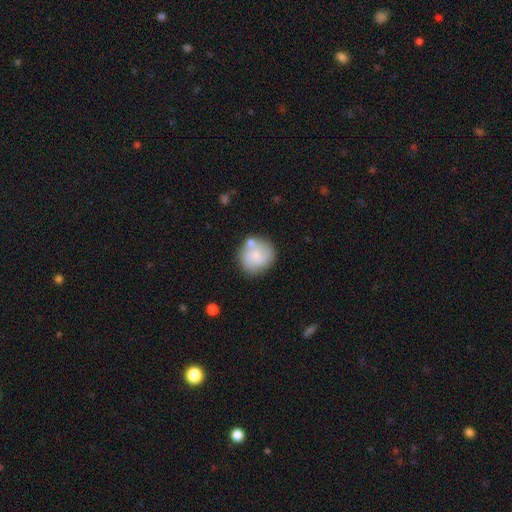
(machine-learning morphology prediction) smooth-or-featured: smooth: 51% | featured or disk: 42% | star or artifact: 7%
  how-rounded: round: 84% | in between: 14% | cigar-shaped: 1%
  merging: none: 65% | minor disturbance: 16% | merger: 14% | major disturbance: 6%